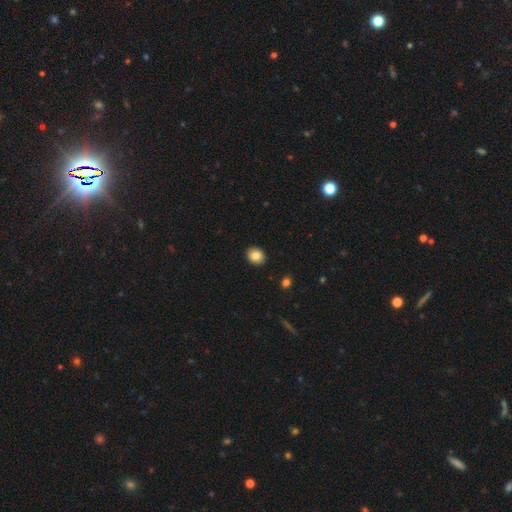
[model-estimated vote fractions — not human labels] This is clearly a smooth galaxy (84%). How rounded: likely round (69%). Merging: clearly none (92%).